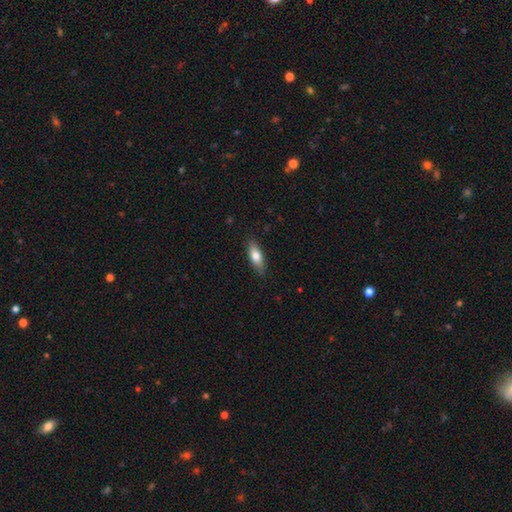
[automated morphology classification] Smooth or featured? Predicted: smooth (p=0.74). How rounded? Predicted: in between (p=0.67). Merging? Predicted: none (p=0.86).